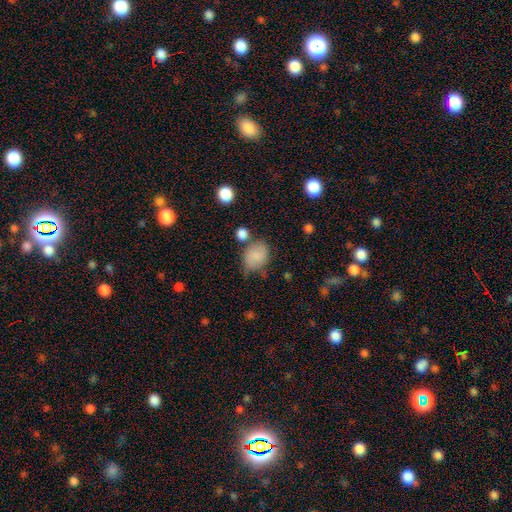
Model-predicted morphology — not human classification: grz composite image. It shows a smooth galaxy with no disk features (79%) that is in between round and cigar-shaped (52%). Merging: none (54%).